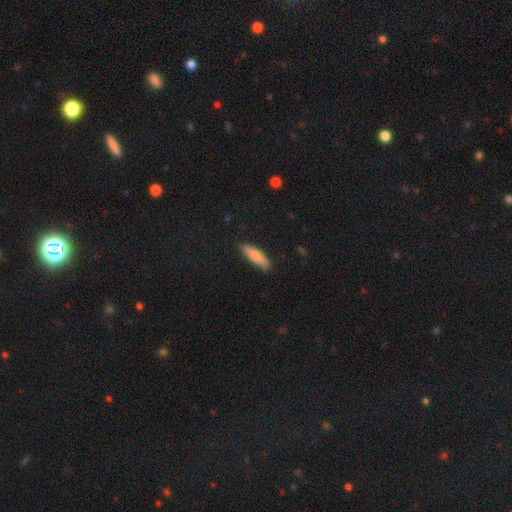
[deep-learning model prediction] Q: Smooth or featured?
A: smooth (82%); runner-up: featured or disk (12%)
Q: How rounded?
A: cigar-shaped (60%); runner-up: in between (38%)
Q: Merging?
A: none (84%); runner-up: minor disturbance (12%)